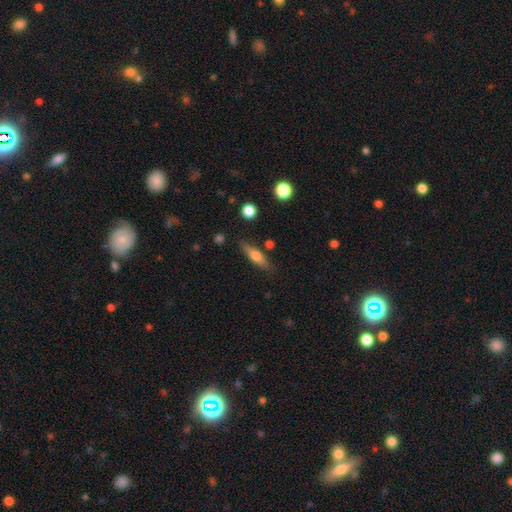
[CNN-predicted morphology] A smooth galaxy with no disk features (57%) that is cigar-shaped (67%).

Vote fractions:
- Smooth or featured? smooth: 57% / featured or disk: 36% / star or artifact: 7%
- How rounded? cigar-shaped: 67% / in between: 30% / round: 3%
- Merging? none: 81% / minor disturbance: 12% / merger: 4% / major disturbance: 3%